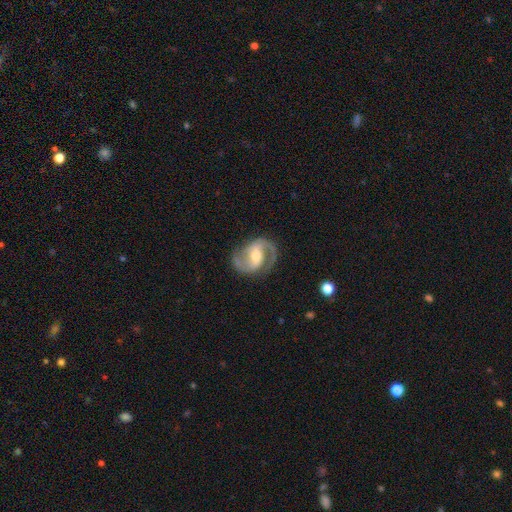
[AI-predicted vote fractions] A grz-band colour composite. It shows a featured or disk galaxy (91%) with a weak bar (44%), 2 (93%) medium (61%) spiral arms (97%) and a moderate central bulge (66%). Merging: none (82%).